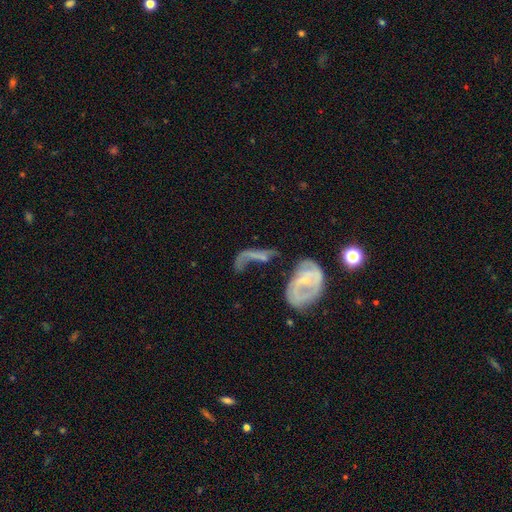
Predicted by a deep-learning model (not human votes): featured or disk 55%, smooth 32%, star or artifact 13%. Down the decision tree: edge-on disk — no (88%); merging — major disturbance (34%).